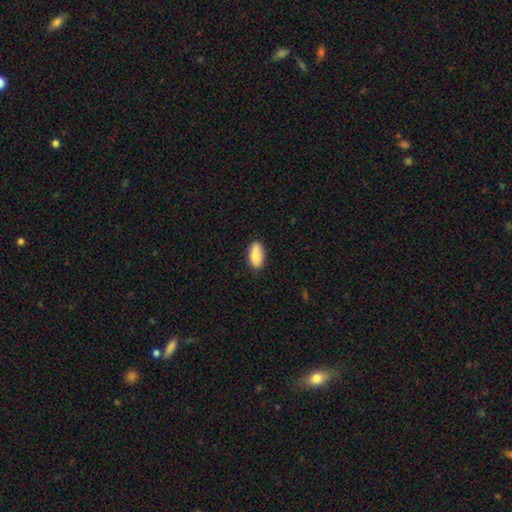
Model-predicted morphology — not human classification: Overall: smooth (84%). How rounded: in between (90%). Merging: none (82%).